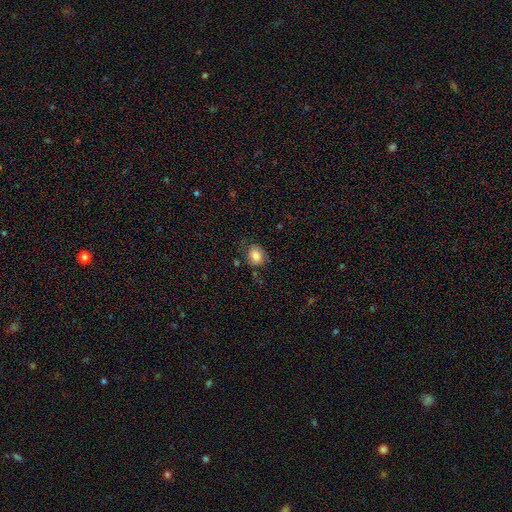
Volunteers were most divided on "how rounded": in between: 52%, round: 48%, cigar-shaped: 0%. More confident: smooth or featured — smooth (79%); merging — none (50%).